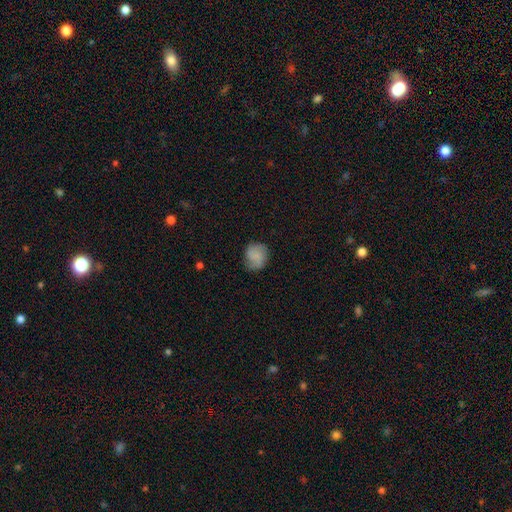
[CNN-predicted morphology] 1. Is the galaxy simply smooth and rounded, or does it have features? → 60% smooth, 32% featured or disk, 8% star or artifact.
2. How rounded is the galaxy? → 78% round, 21% in between, 1% cigar-shaped.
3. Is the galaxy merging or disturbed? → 75% none, 18% minor disturbance, 6% major disturbance, 1% merger.